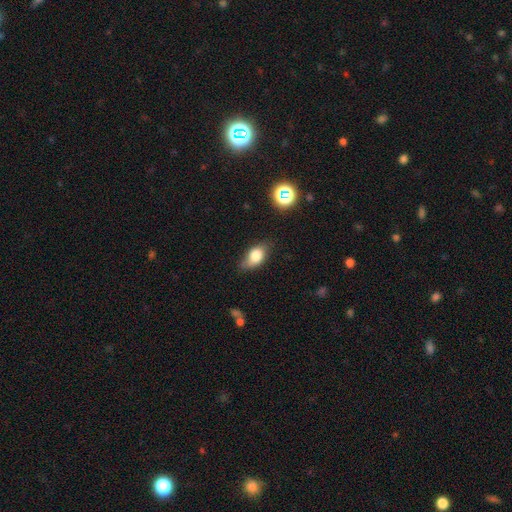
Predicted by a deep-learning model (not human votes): Overall: smooth (76%). How rounded: in between (86%). Merging: none (66%; minor disturbance 26%).